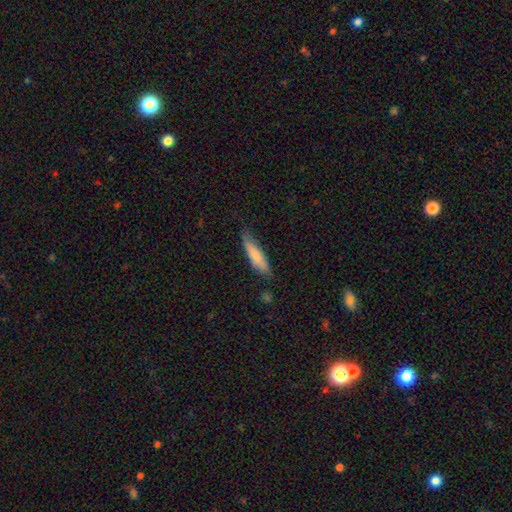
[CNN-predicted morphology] This appears to be a smooth galaxy with no disk features (75%) that is cigar-shaped (73%). Merging: none (67%).